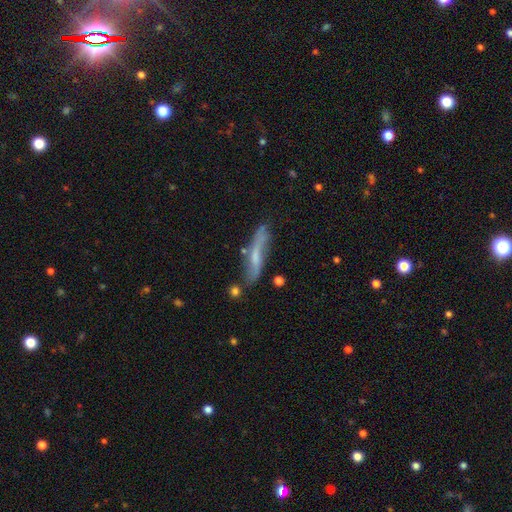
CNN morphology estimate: A featured or disk galaxy (53%) viewed edge-on (60%). Merging: none (62%).